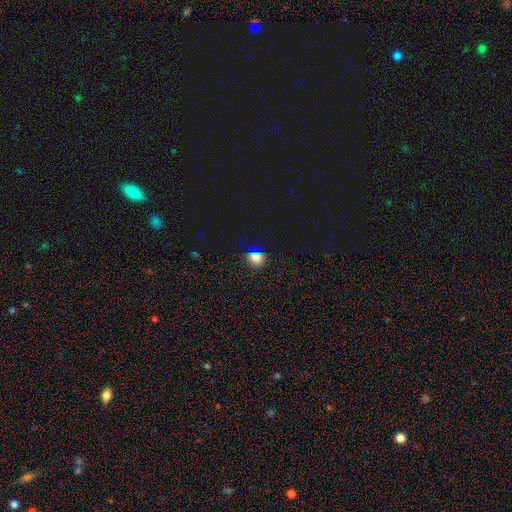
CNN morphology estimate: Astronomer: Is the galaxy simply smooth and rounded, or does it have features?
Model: smooth — 72%.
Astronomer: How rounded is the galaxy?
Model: round — 53% (runner-up: in between, 44%).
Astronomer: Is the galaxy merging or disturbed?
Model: none — 78%.